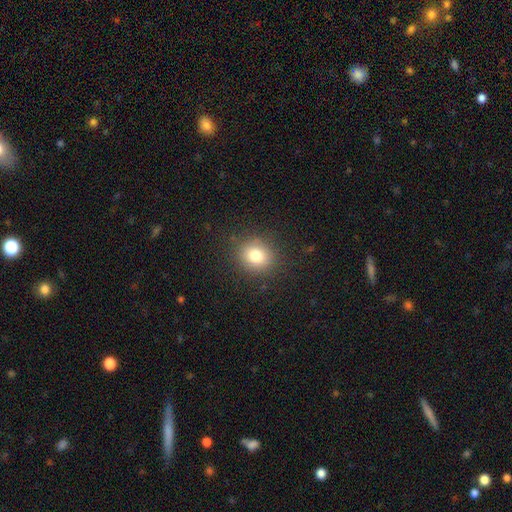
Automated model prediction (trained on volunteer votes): A smooth galaxy with no disk features (79%) that is round (73%).

Vote fractions:
- Smooth or featured? smooth: 79% / star or artifact: 12% / featured or disk: 9%
- How rounded? round: 73% / in between: 26% / cigar-shaped: 1%
- Merging? none: 87% / minor disturbance: 9% / major disturbance: 3% / merger: 1%